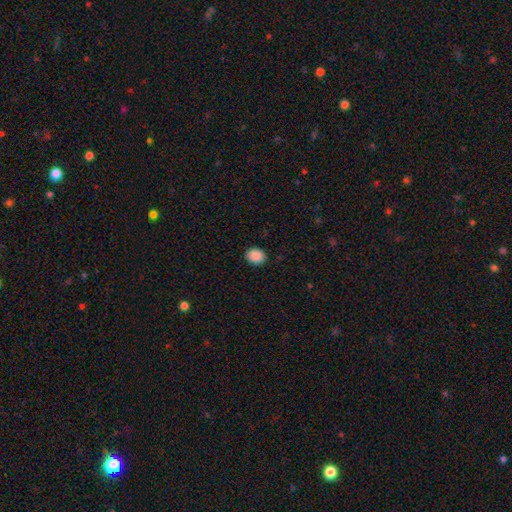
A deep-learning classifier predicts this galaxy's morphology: Smooth or featured: smooth — 89% (star or artifact — 8%)
How rounded: in between — 51% (round — 49%)
Merging: none — 89% (minor disturbance — 8%)